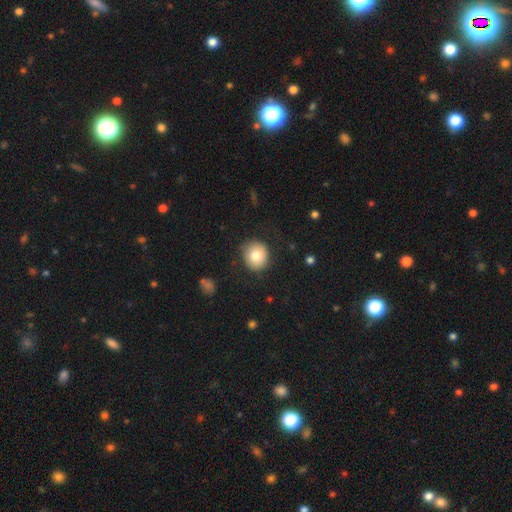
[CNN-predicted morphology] Smooth or featured? smooth (79%)
How rounded? round (86%)
Merging? none (83%)